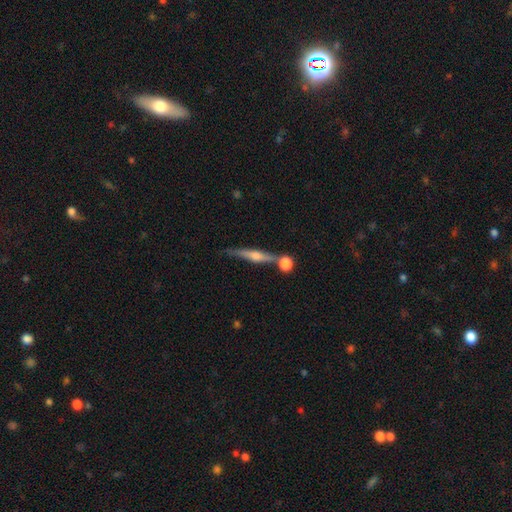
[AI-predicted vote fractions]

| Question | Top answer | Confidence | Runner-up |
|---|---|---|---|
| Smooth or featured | featured or disk | 69% | smooth (23%) |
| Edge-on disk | yes | 96% | no (4%) |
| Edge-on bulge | rounded | 84% | boxy (8%) |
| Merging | none | 73% | merger (13%) |